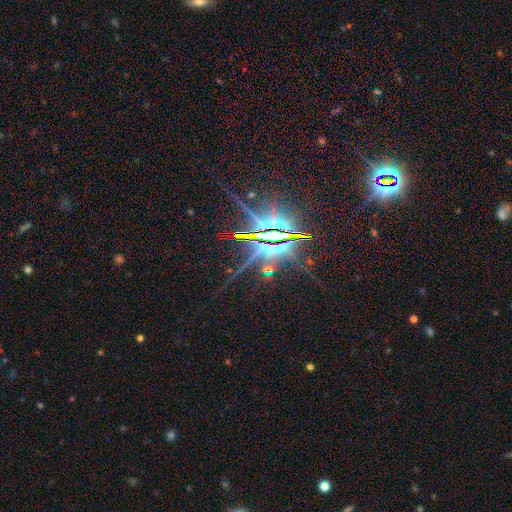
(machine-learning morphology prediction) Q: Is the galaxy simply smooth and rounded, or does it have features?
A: star or artifact — 81%.